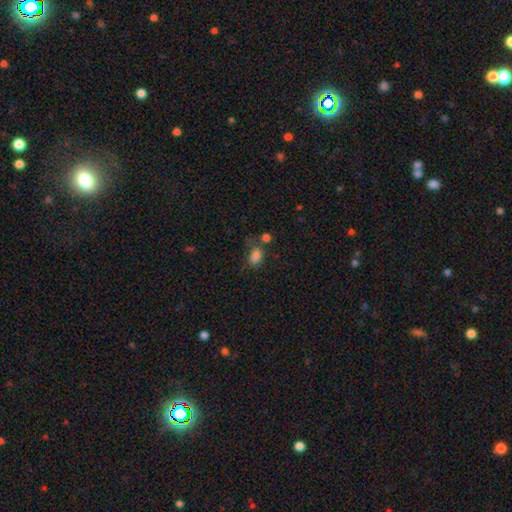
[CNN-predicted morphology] type=smooth (81%); roundness=in between (82%); merging=none (45%).